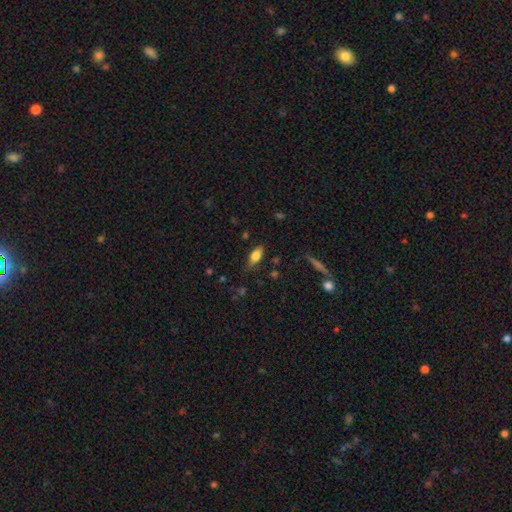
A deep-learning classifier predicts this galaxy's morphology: This is likely a smooth galaxy (73%). How rounded: clearly in between (80%). Merging: likely none (75%).